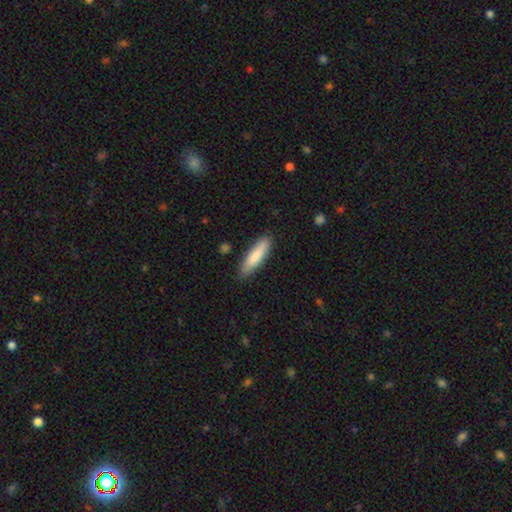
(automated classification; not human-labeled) This appears to be a smooth galaxy with no disk features (82%) that is cigar-shaped (69%). Merging: none (84%).